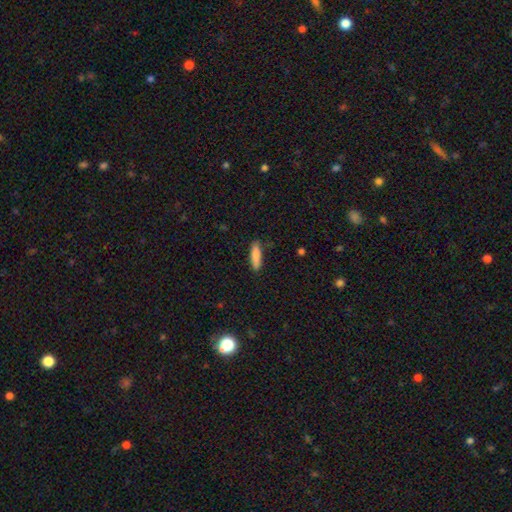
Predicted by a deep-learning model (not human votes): Morphology: type=smooth (85%); roundness=cigar-shaped (69%); merging=none (84%).